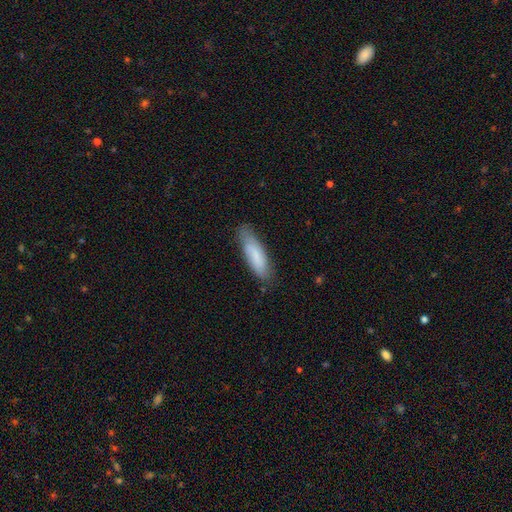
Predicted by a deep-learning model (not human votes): Smooth or featured? smooth (77%)
How rounded? cigar-shaped (52%)
Merging? none (74%)